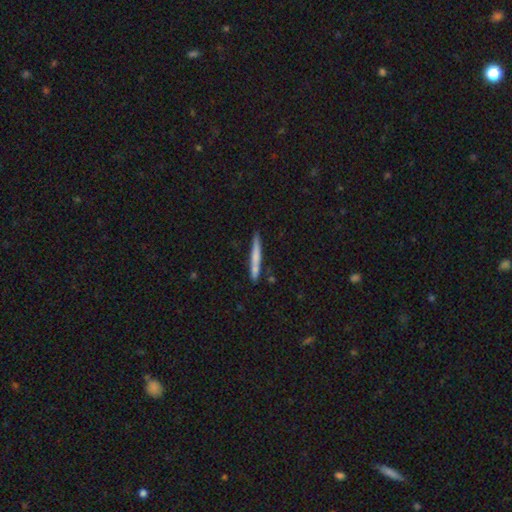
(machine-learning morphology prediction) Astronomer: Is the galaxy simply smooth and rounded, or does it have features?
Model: smooth — 65%.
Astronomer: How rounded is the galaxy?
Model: cigar-shaped — 96%.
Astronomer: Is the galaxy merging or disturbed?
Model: none — 81%.